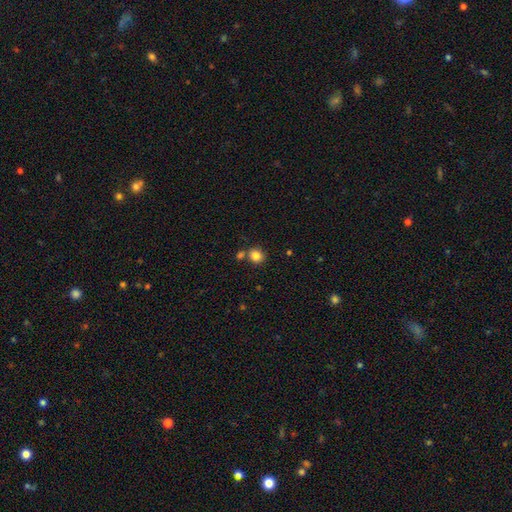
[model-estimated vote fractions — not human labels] smooth 84%, star or artifact 11%, featured or disk 6%. Down the decision tree: how rounded — round (79%); merging — none (69%).